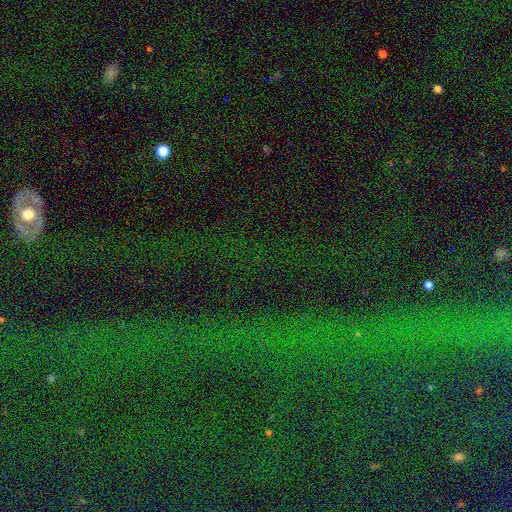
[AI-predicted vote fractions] This is clearly a star or artifact rather than a galaxy (82%).